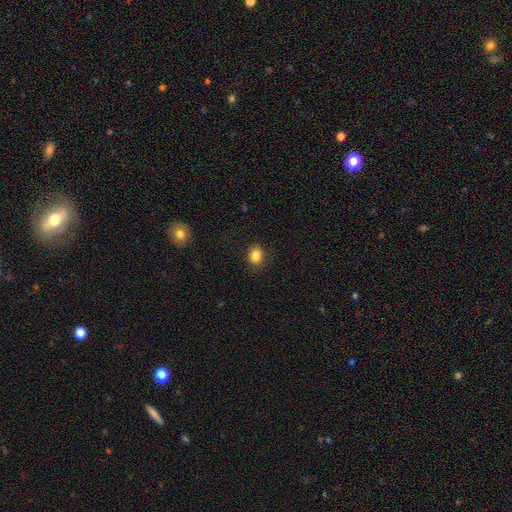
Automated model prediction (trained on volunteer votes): Smooth or featured? smooth (86%)
How rounded? in between (57%)
Merging? none (88%)